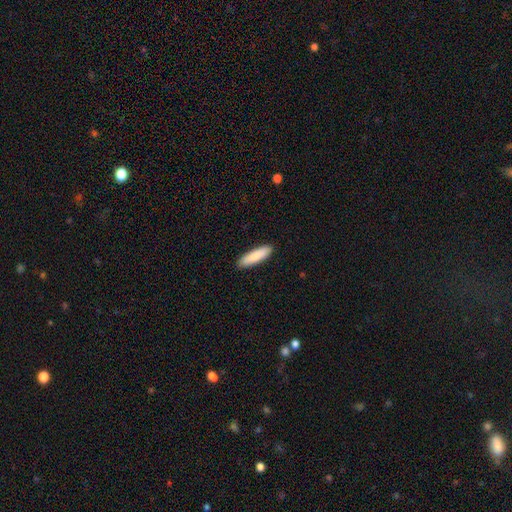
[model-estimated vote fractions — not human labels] Smooth or featured?
  - smooth: 87% *
  - featured or disk: 8%
  - star or artifact: 5%
How rounded?
  - cigar-shaped: 70% *
  - in between: 29%
  - round: 1%
Merging?
  - none: 91% *
  - minor disturbance: 7%
  - major disturbance: 1%
  - merger: 1%